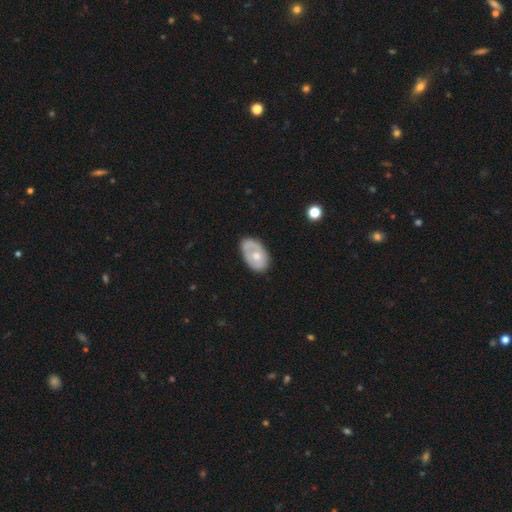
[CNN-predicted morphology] Smooth or featured? smooth (51%)
How rounded? in between (88%)
Merging? none (58%)